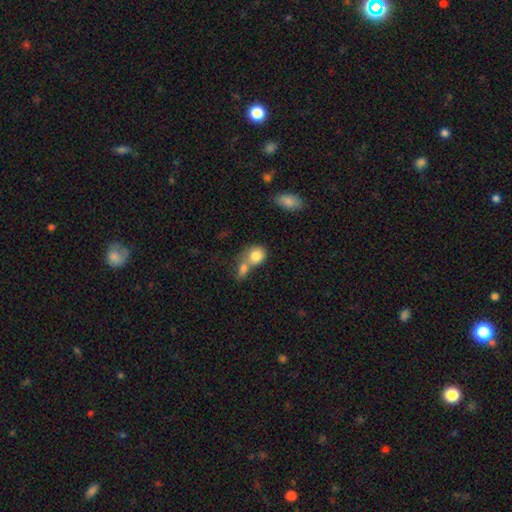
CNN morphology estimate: A smooth galaxy with no disk features (81%) that is round (61%).

Vote fractions:
- Smooth or featured? smooth: 81% / featured or disk: 11% / star or artifact: 8%
- How rounded? round: 61% / in between: 37% / cigar-shaped: 2%
- Merging? merger: 59% / none: 28% / minor disturbance: 8% / major disturbance: 4%